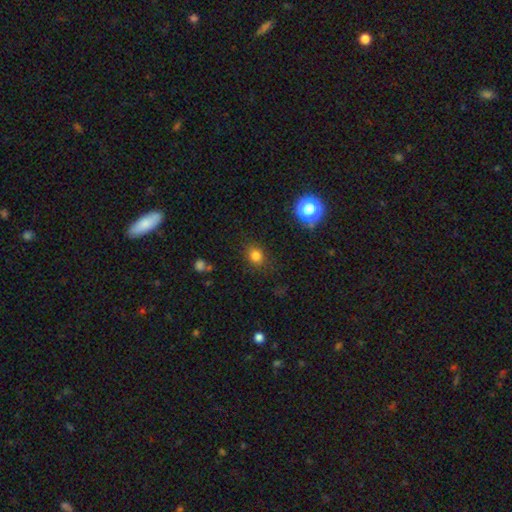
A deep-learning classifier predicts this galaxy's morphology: smooth_or_featured: smooth (p=0.79) [alt: star or artifact p=0.15]
how_rounded: round (p=0.66) [alt: in between p=0.33]
merging: none (p=0.83) [alt: minor disturbance p=0.11]